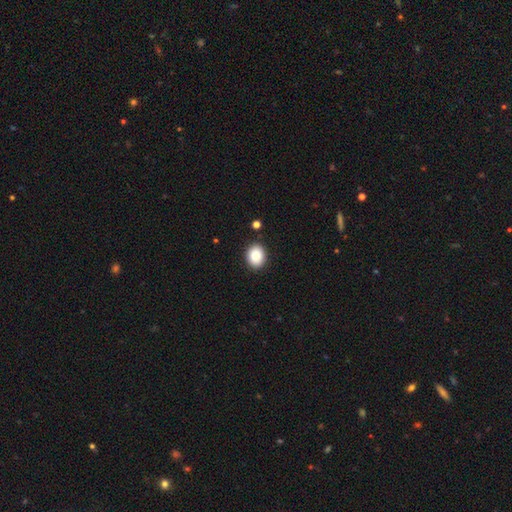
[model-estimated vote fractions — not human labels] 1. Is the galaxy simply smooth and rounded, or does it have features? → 87% smooth, 8% star or artifact, 5% featured or disk.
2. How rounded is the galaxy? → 56% in between, 44% round, 1% cigar-shaped.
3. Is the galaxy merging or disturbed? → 89% none, 7% minor disturbance, 2% major disturbance, 2% merger.